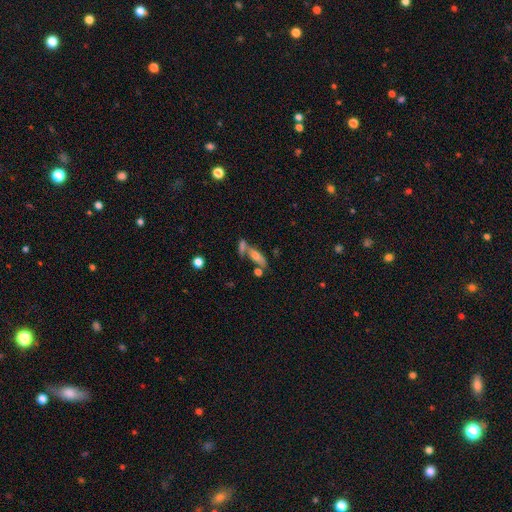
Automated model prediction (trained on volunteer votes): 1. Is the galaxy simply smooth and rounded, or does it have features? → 54% smooth, 36% featured or disk, 10% star or artifact.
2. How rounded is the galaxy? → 53% in between, 43% cigar-shaped, 4% round.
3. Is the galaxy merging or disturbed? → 47% none, 33% merger, 13% minor disturbance, 7% major disturbance.